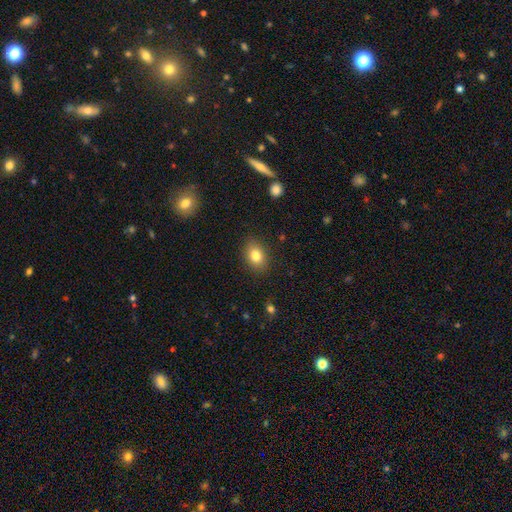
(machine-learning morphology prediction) A smooth galaxy with no disk features (82%) that is in between round and cigar-shaped (75%).

Vote fractions:
- Smooth or featured? smooth: 82% / star or artifact: 9% / featured or disk: 9%
- How rounded? in between: 75% / round: 24% / cigar-shaped: 1%
- Merging? none: 86% / minor disturbance: 10% / major disturbance: 3% / merger: 1%